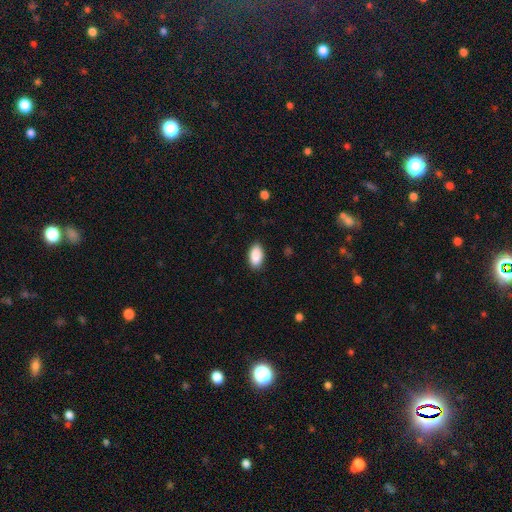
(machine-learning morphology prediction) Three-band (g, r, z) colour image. It shows a smooth galaxy with no disk features (90%) that is in between round and cigar-shaped (94%). Merging: none (88%).